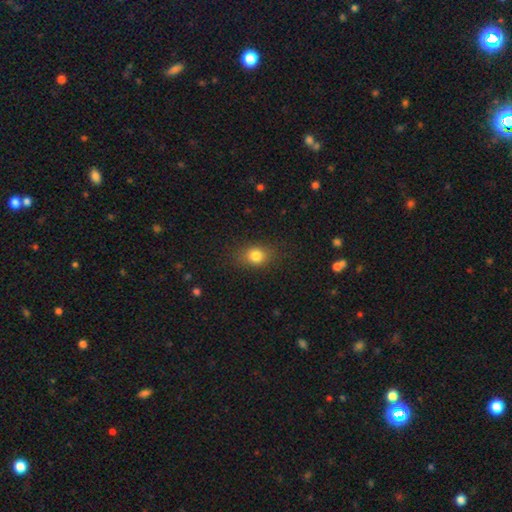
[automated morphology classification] Smooth or featured: smooth — 81% (star or artifact — 11%)
How rounded: round — 49% (tied with in between — 49%)
Merging: none — 81% (minor disturbance — 14%)